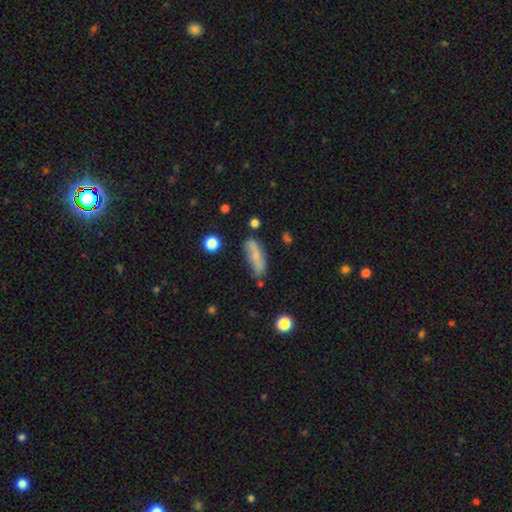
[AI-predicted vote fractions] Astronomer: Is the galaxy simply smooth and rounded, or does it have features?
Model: smooth — 65%.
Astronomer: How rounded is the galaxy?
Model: cigar-shaped — 50% (runner-up: in between, 46%).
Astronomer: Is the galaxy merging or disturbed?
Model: none — 61%.